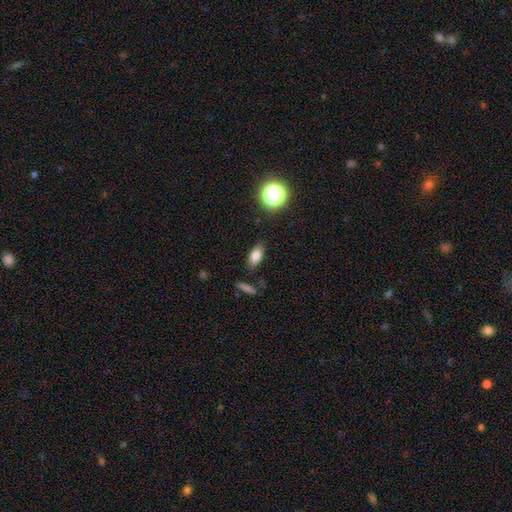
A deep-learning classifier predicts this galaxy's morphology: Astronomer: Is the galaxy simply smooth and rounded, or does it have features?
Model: smooth — 77%.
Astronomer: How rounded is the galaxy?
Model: in between — 80%.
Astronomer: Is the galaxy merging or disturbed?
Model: none — 84%.